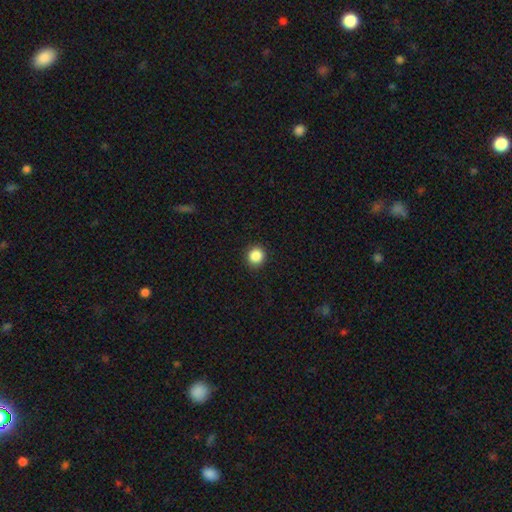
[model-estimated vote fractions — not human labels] This is clearly a smooth galaxy (87%). How rounded: clearly round (93%). Merging: clearly none (92%).